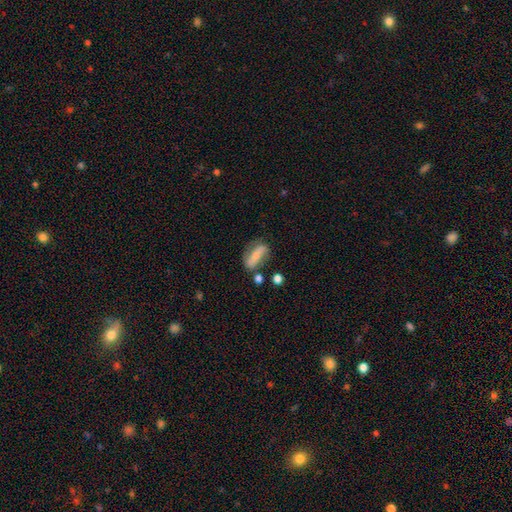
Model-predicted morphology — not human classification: smooth-or-featured: smooth: 52% | featured or disk: 40% | star or artifact: 8%
  how-rounded: in between: 64% | cigar-shaped: 30% | round: 6%
  merging: none: 58% | minor disturbance: 23% | major disturbance: 11% | merger: 8%